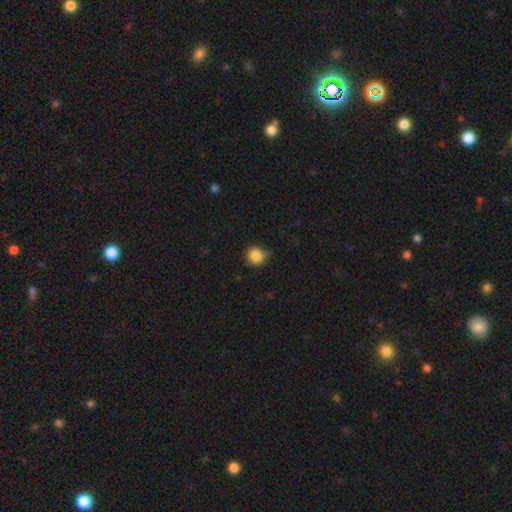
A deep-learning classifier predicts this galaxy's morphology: This is clearly a smooth galaxy (86%). How rounded: clearly round (85%). Merging: likely none (66%).